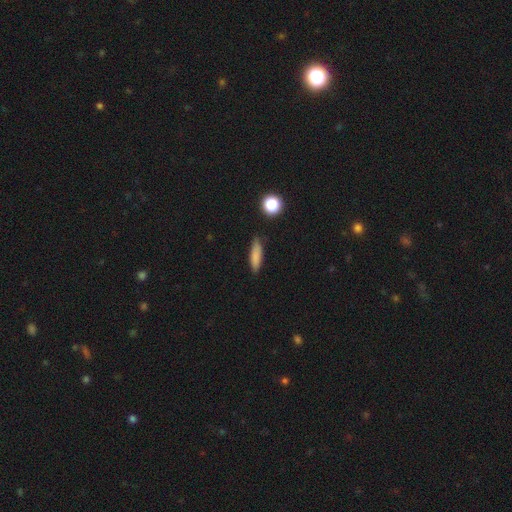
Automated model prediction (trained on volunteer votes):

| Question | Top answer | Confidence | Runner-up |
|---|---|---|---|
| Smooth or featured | smooth | 83% | featured or disk (9%) |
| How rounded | cigar-shaped | 65% | in between (32%) |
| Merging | none | 82% | minor disturbance (13%) |